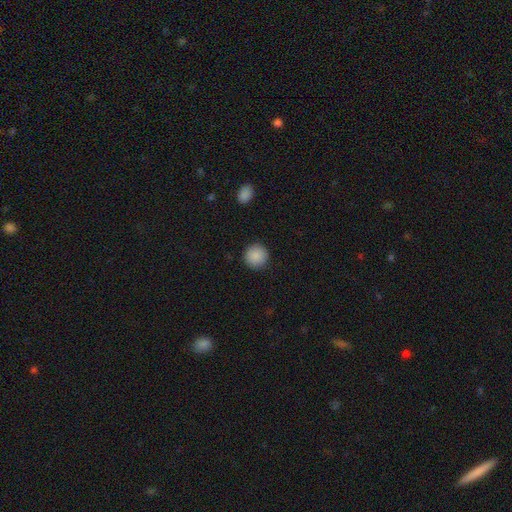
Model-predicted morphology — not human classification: type=smooth (89%); roundness=round (95%); merging=none (92%).